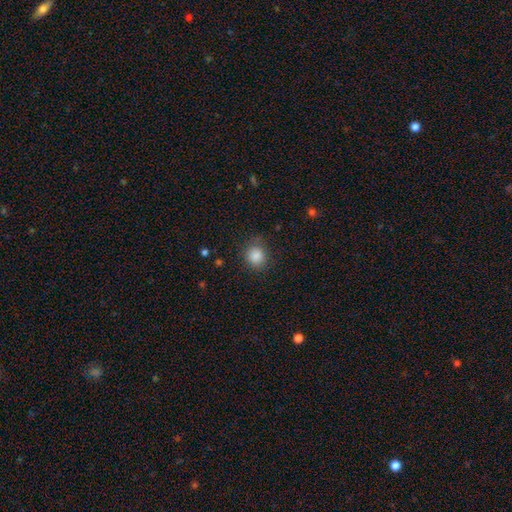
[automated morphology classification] smooth 86%, star or artifact 10%, featured or disk 4%. Down the decision tree: how rounded — round (84%); merging — none (81%).